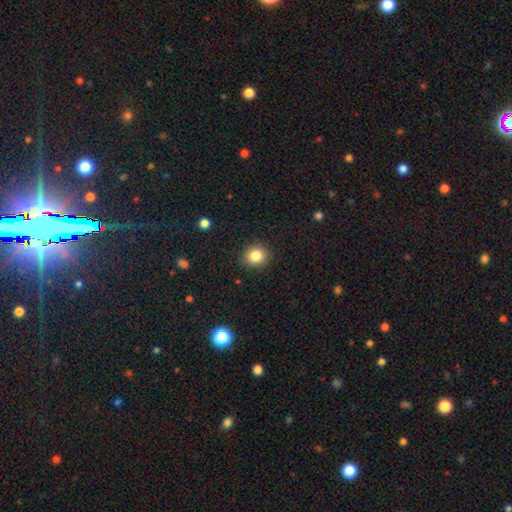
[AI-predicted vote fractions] A smooth galaxy with no disk features (84%) that is round (82%). Merging: none (90%).